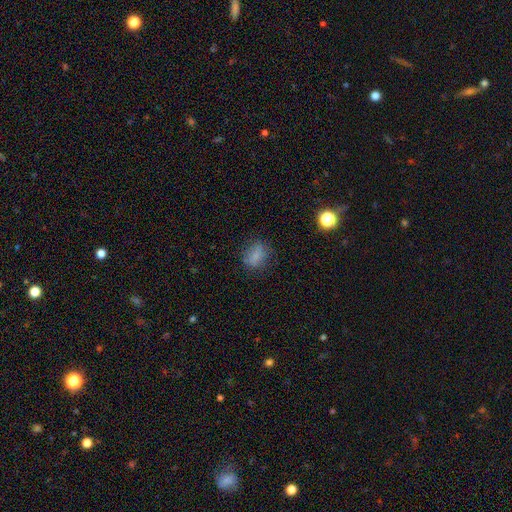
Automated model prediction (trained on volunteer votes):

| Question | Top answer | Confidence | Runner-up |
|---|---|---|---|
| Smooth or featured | smooth | 76% | star or artifact (13%) |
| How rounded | in between | 61% | round (37%) |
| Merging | none | 73% | minor disturbance (18%) |